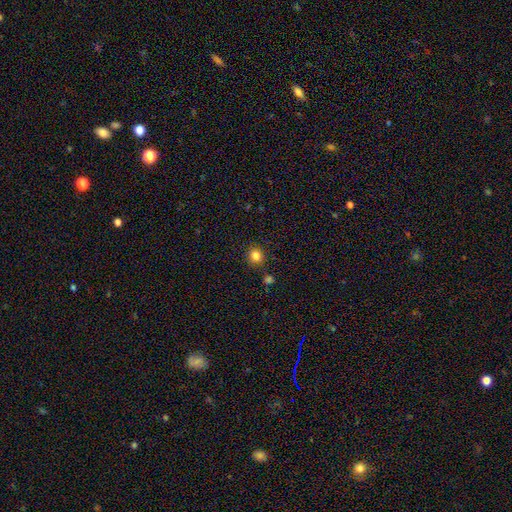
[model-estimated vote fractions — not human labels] smooth 82%, star or artifact 13%, featured or disk 5%. Down the decision tree: how rounded — round (87%); merging — none (87%).